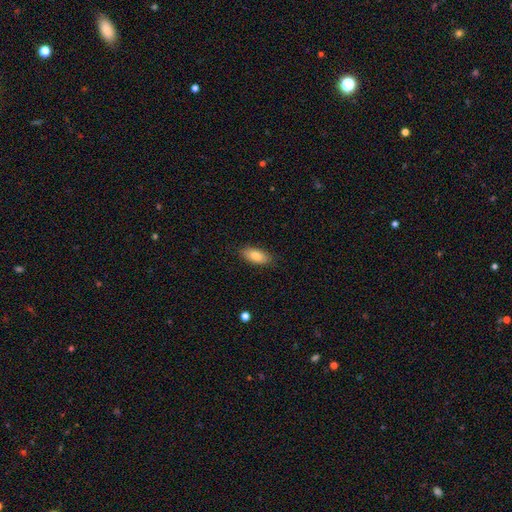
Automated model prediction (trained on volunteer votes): A smooth galaxy with no disk features (82%) that is in between round and cigar-shaped (86%). Merging: none (86%).